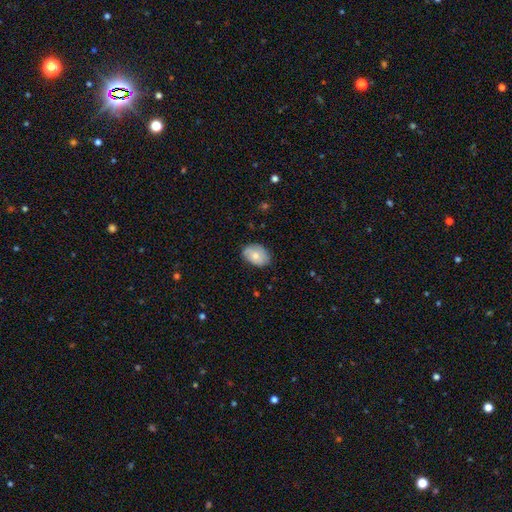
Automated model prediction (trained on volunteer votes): smooth-or-featured: smooth: 73% | featured or disk: 20% | star or artifact: 7%
  how-rounded: in between: 80% | round: 19% | cigar-shaped: 1%
  merging: none: 73% | minor disturbance: 22% | major disturbance: 4% | merger: 1%